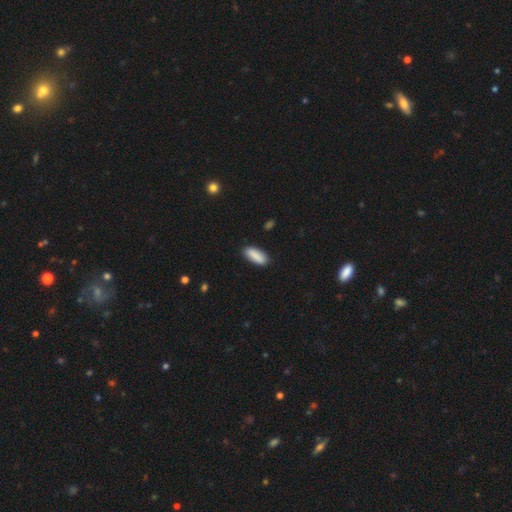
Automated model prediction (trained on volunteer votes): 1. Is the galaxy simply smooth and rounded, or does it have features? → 90% smooth, 6% star or artifact, 4% featured or disk.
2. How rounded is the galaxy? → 76% in between, 22% cigar-shaped, 2% round.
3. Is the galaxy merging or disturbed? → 88% none, 9% minor disturbance, 2% major disturbance, 1% merger.